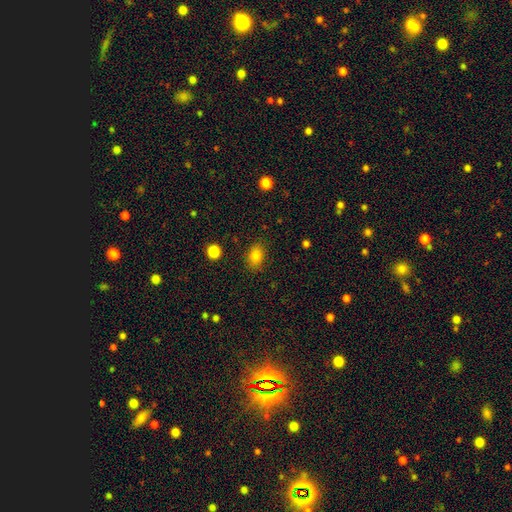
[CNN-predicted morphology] The model was most divided on "how rounded": in between: 75%, round: 24%, cigar-shaped: 1%. More confident: merging — none (85%); smooth or featured — smooth (82%).